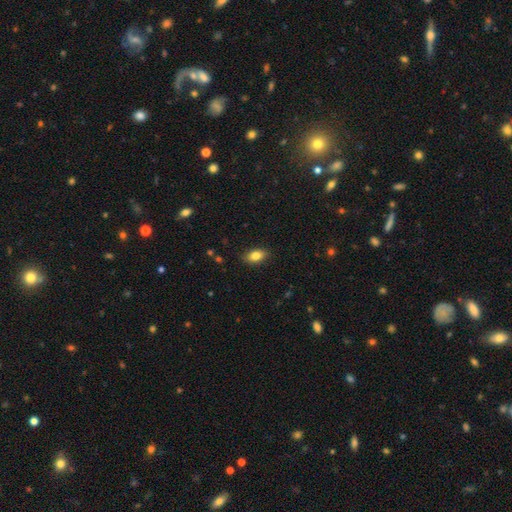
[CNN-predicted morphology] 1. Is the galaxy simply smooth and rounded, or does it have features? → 83% smooth, 9% featured or disk, 8% star or artifact.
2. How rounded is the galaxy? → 88% in between, 8% round, 4% cigar-shaped.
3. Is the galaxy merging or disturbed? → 86% none, 10% minor disturbance, 2% major disturbance, 1% merger.